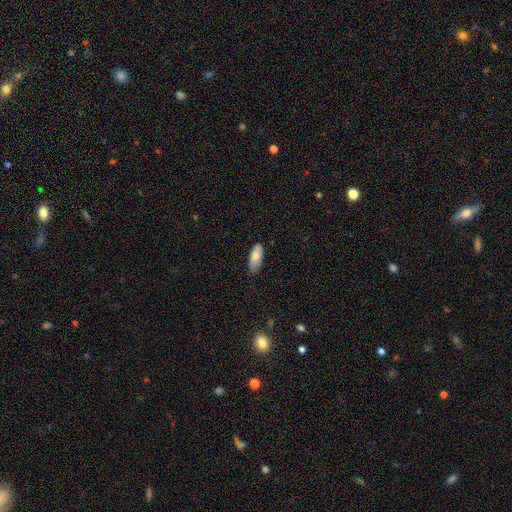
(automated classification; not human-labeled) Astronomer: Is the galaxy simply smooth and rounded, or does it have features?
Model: smooth — 78%.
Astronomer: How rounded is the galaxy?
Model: in between — 78%.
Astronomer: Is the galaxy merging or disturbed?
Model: none — 75%.